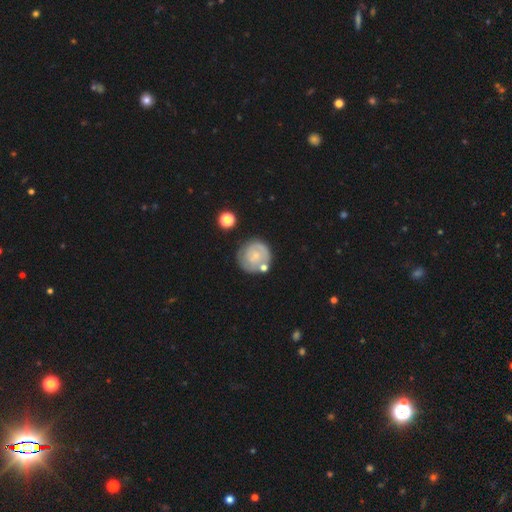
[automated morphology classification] Smooth or featured? Predicted: featured or disk (p=0.55). Edge-on disk? Predicted: no (p=0.98). Bar? Predicted: no (p=0.80). Spiral arms? Predicted: yes (p=0.65). Bulge size? Predicted: small (p=0.77). Merging? Predicted: none (p=0.66).